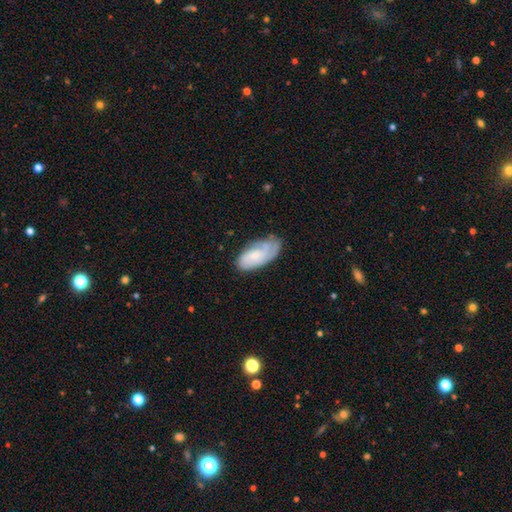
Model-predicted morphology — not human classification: A featured or disk galaxy (47%). Merging: none (62%).